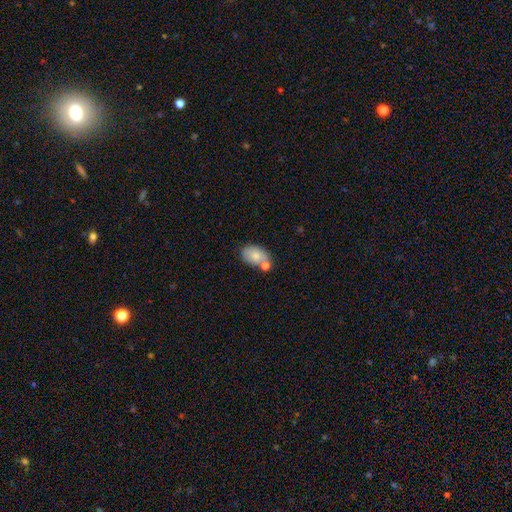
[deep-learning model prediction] smooth 76%, featured or disk 17%, star or artifact 7%. Down the decision tree: how rounded — in between (88%); merging — none (55%).